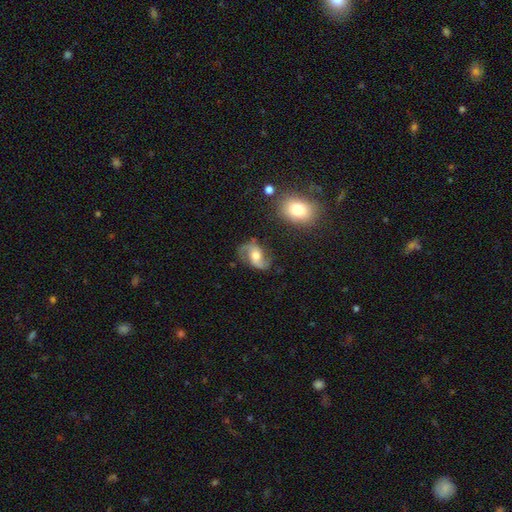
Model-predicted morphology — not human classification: Smooth or featured?
  - featured or disk: 80% *
  - smooth: 14%
  - star or artifact: 7%
Edge-on disk?
  - no: 97% *
  - yes: 3%
Bar?
  - no: 50% *
  - weak: 39%
  - strong: 11%
Spiral arms?
  - yes: 95% *
  - no: 5%
Spiral winding?
  - loose: 55% *
  - medium: 36%
  - tight: 9%
Spiral arm count?
  - 2: 91% *
  - can't tell: 3%
  - 1: 2%
  - 3: 1%
  - 4: 1%
  - more than 4: 1%
Bulge size?
  - moderate: 62% *
  - small: 17%
  - large: 17%
  - none: 3%
  - dominant: 2%
Merging?
  - none: 69% *
  - minor disturbance: 19%
  - major disturbance: 10%
  - merger: 3%